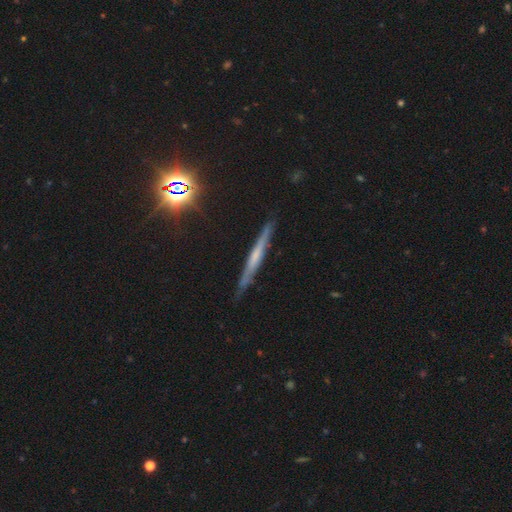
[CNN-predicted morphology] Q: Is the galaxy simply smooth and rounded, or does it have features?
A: featured or disk — 58%.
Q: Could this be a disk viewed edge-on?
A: yes — 95%.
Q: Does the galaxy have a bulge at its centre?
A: none — 57%.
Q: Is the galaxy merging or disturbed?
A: none — 87%.